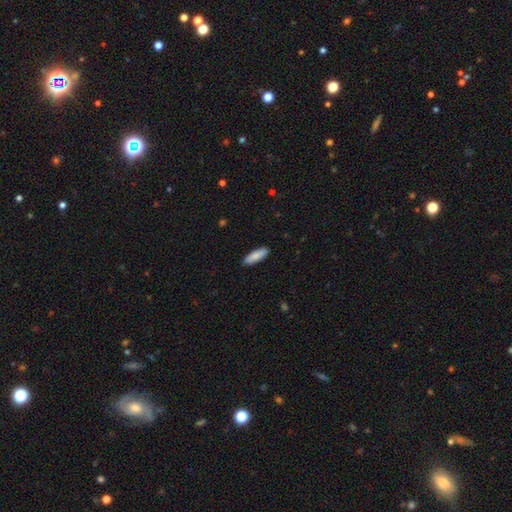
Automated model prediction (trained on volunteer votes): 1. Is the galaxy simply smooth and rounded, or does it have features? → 85% smooth, 9% featured or disk, 5% star or artifact.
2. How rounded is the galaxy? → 54% cigar-shaped, 44% in between, 2% round.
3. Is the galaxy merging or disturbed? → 89% none, 8% minor disturbance, 2% major disturbance, 1% merger.